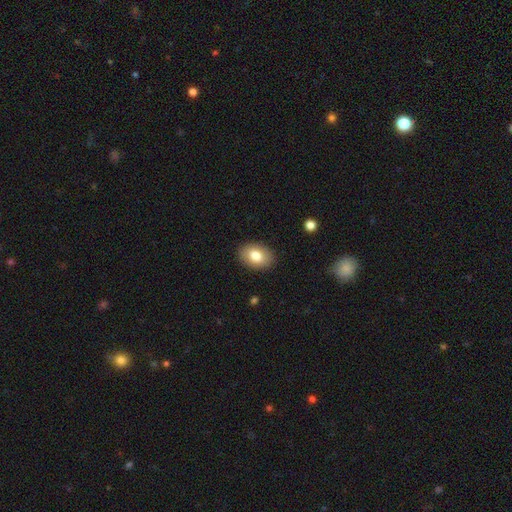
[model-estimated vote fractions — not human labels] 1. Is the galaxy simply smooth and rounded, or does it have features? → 81% smooth, 12% featured or disk, 7% star or artifact.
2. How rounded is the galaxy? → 83% in between, 16% round, 1% cigar-shaped.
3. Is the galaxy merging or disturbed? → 89% none, 8% minor disturbance, 2% major disturbance, 1% merger.